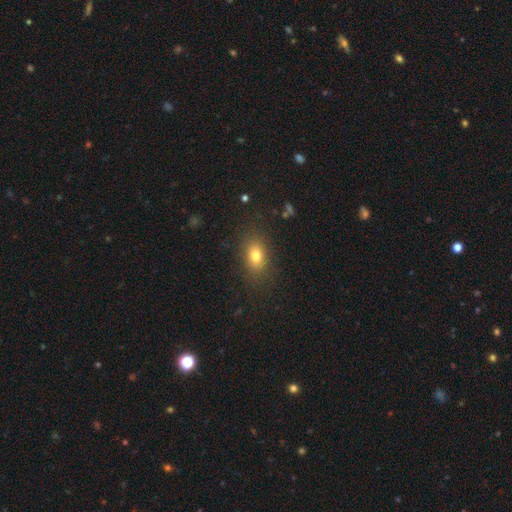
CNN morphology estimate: type=smooth (78%); roundness=in between (76%); merging=none (83%).